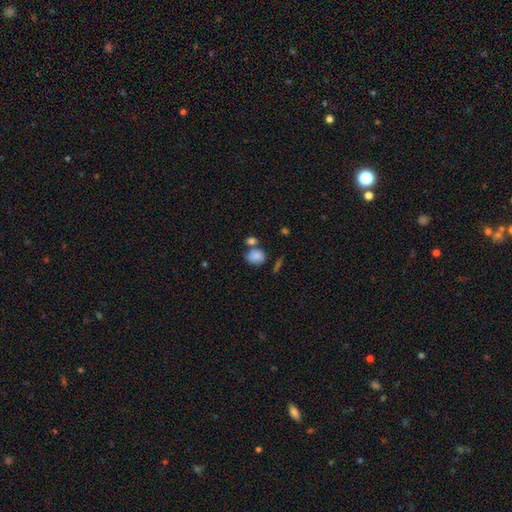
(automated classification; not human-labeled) Smooth or featured: smooth — 83% (star or artifact — 9%)
How rounded: round — 61% (in between — 38%)
Merging: none — 49% (merger — 30%)